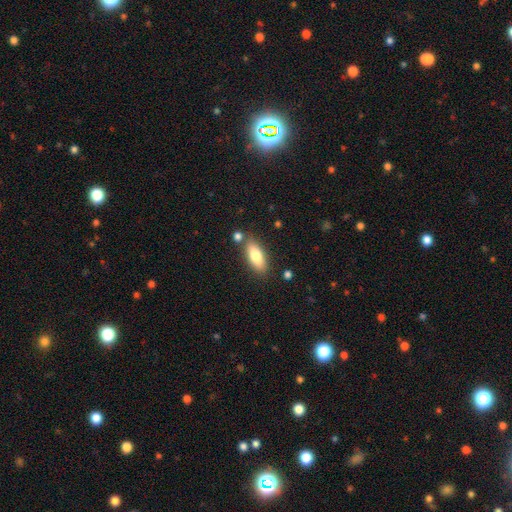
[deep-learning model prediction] smooth_or_featured: smooth (p=0.78) [alt: featured or disk p=0.15]
how_rounded: in between (p=0.73) [alt: cigar-shaped p=0.25]
merging: none (p=0.78) [alt: minor disturbance p=0.12]